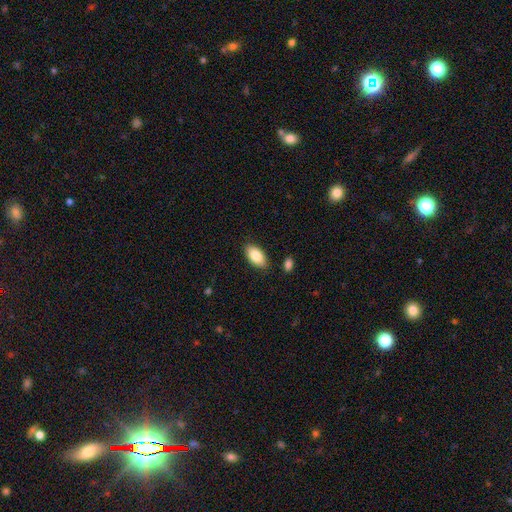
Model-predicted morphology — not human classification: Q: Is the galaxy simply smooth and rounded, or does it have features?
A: smooth — 84%.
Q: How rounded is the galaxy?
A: in between — 94%.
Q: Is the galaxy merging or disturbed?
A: none — 85%.